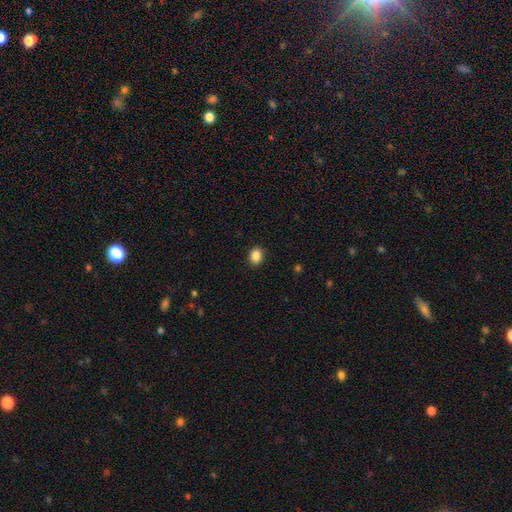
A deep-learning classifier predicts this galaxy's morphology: This is clearly a smooth galaxy (88%). How rounded: likely in between (61%). Merging: clearly none (90%).